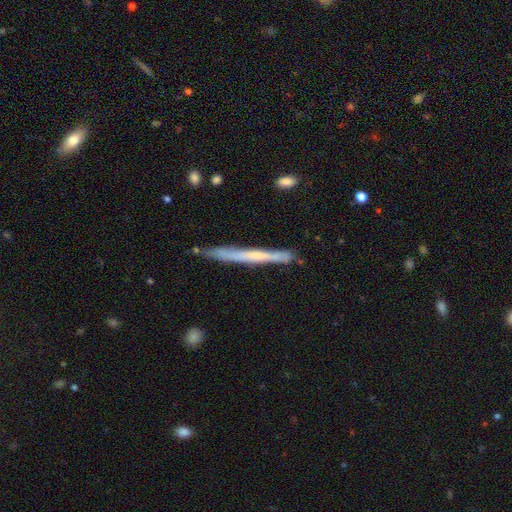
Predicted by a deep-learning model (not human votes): Morphology: type=featured or disk (58%); edge-on=yes (95%); edge-on bulge=none (67%); merging=none (80%).